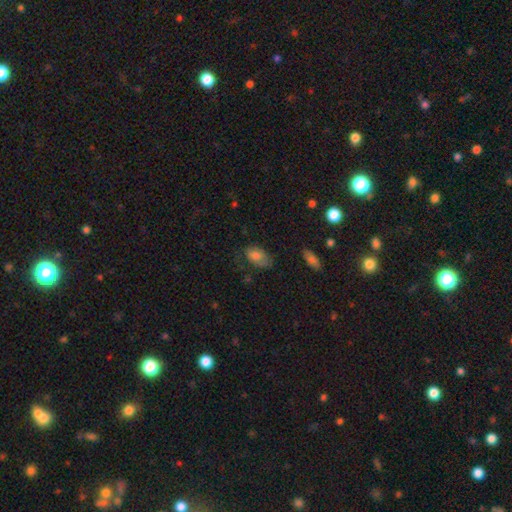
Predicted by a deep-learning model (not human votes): smooth_or_featured: smooth (p=0.73) [alt: featured or disk p=0.16]
how_rounded: in between (p=0.89) [alt: round p=0.09]
merging: none (p=0.51) [alt: minor disturbance p=0.30]